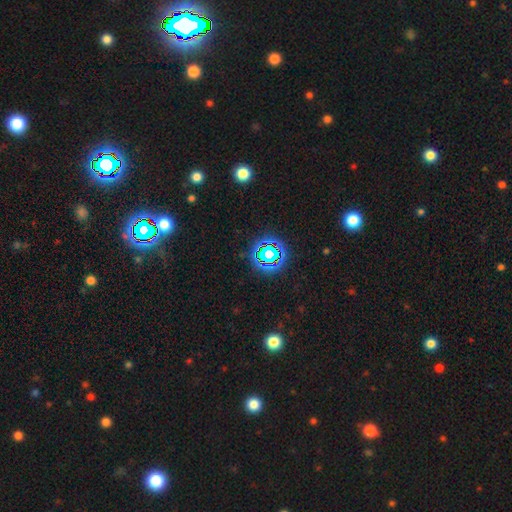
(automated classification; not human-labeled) A star or artifact, not a galaxy (77%).